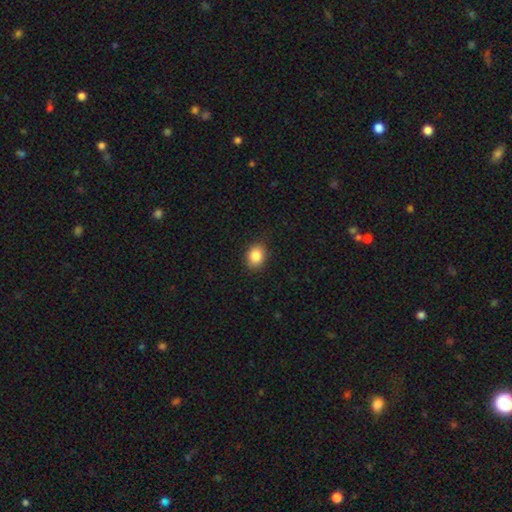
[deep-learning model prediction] This is clearly a smooth galaxy (86%). How rounded: possibly in between (50%). Merging: clearly none (87%).